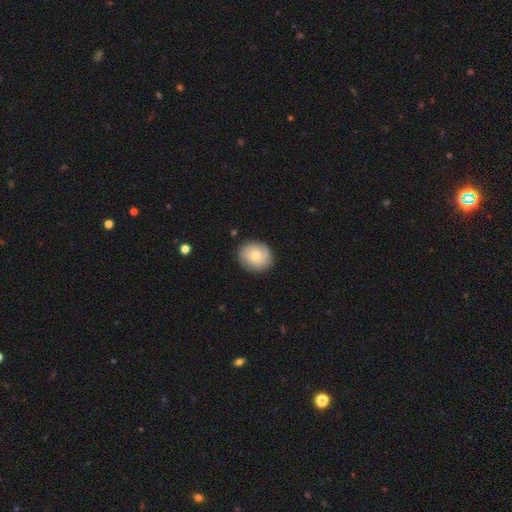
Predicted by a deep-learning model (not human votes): The model was most divided on "smooth or featured": smooth: 66%, featured or disk: 26%, star or artifact: 7%. More confident: merging — none (85%); how rounded — round (76%).